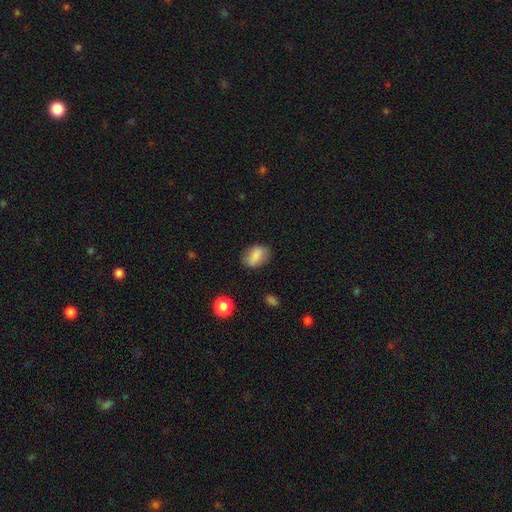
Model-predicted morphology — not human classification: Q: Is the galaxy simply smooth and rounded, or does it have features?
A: smooth — 82%.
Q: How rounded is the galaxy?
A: in between — 82%.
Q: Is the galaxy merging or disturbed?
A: none — 77%.